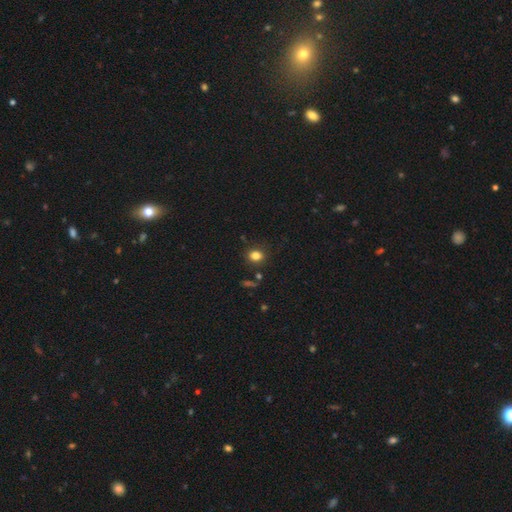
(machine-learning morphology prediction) A smooth galaxy with no disk features (82%) that is round (58%).

Vote fractions:
- Smooth or featured? smooth: 82% / star or artifact: 12% / featured or disk: 6%
- How rounded? round: 58% / in between: 41% / cigar-shaped: 1%
- Merging? none: 83% / minor disturbance: 11% / merger: 3% / major disturbance: 3%